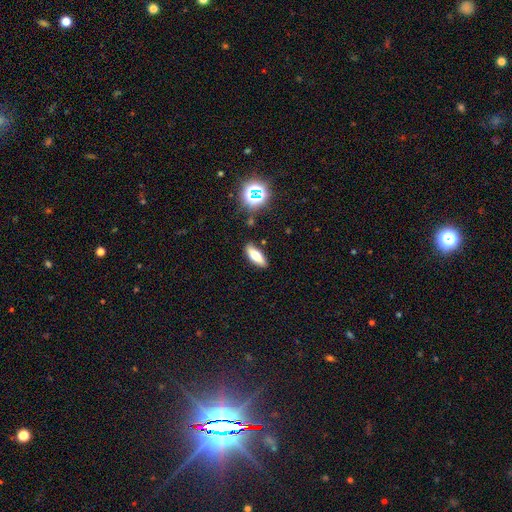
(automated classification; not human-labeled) smooth_or_featured: smooth (p=0.64) [alt: featured or disk p=0.25]
how_rounded: in between (p=0.64) [alt: cigar-shaped p=0.33]
merging: none (p=0.86) [alt: minor disturbance p=0.09]